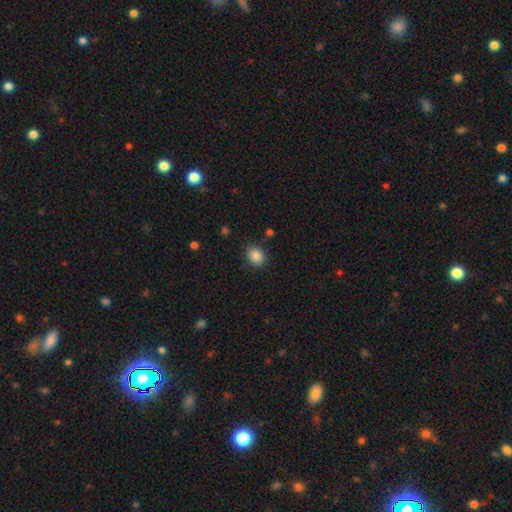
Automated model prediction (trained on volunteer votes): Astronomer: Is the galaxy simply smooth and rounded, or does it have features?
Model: smooth — 87%.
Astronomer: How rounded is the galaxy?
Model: round — 57% (runner-up: in between, 43%).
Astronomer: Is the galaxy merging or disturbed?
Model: none — 84%.